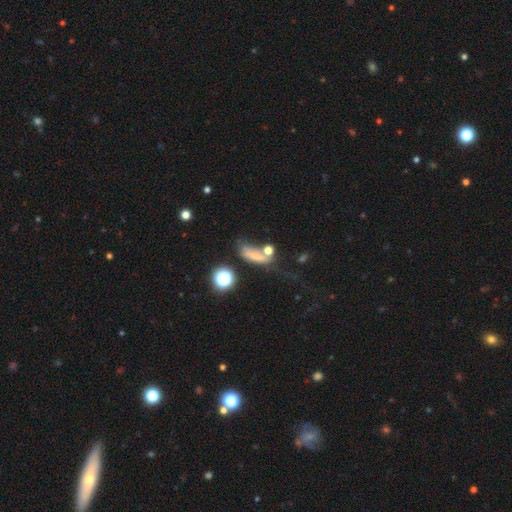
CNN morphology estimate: Smooth or featured: smooth — 62% (star or artifact — 19%)
How rounded: in between — 56% (cigar-shaped — 28%)
Merging: none — 31% (major disturbance — 26%)